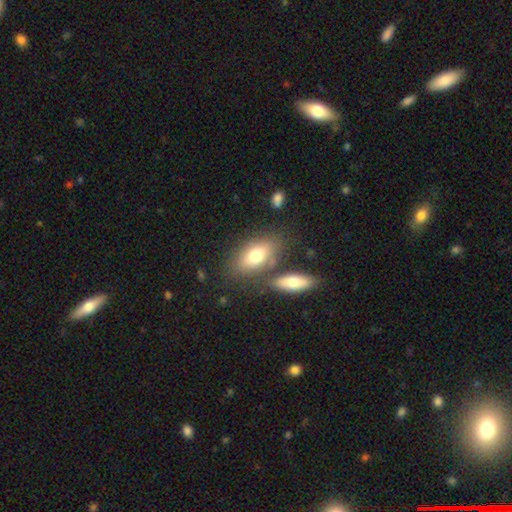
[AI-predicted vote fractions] This is likely a smooth galaxy (73%). How rounded: clearly in between (86%). Merging: likely none (64%).